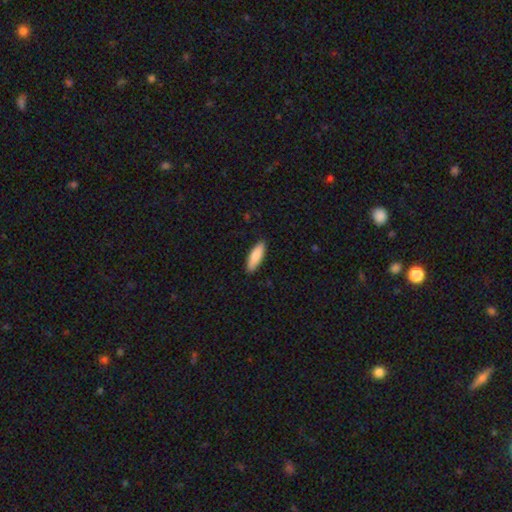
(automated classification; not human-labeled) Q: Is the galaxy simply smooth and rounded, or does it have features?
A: smooth — 84%.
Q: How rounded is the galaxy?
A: in between — 52%.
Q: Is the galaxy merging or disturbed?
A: none — 89%.